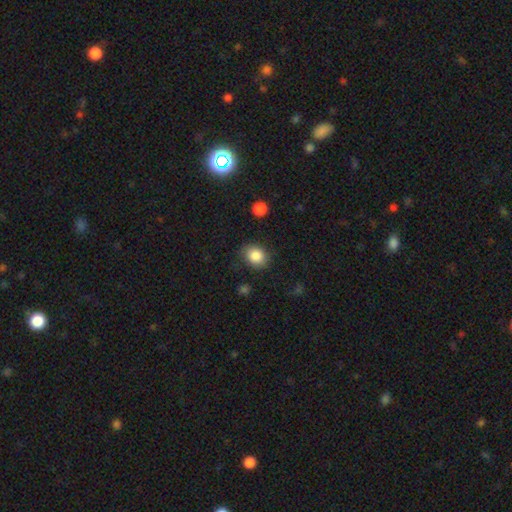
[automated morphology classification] Smooth or featured? Predicted: smooth (p=0.86). How rounded? Predicted: round (p=0.55). Merging? Predicted: none (p=0.81).